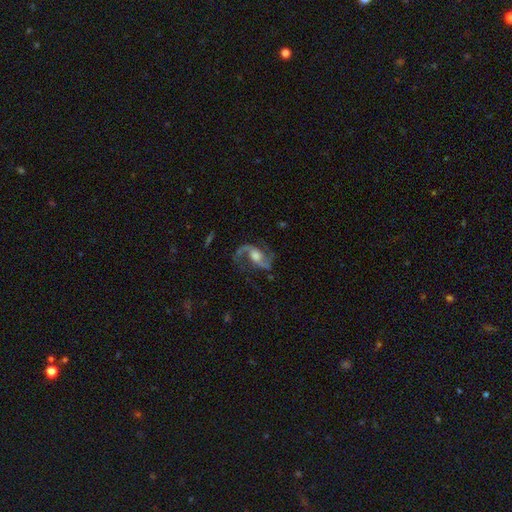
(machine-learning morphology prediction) A featured or disk galaxy (89%) with no bar (46%), 2 (91%) loose (48%) spiral arms (97%) and a moderate central bulge (49%). Merging: none (71%).